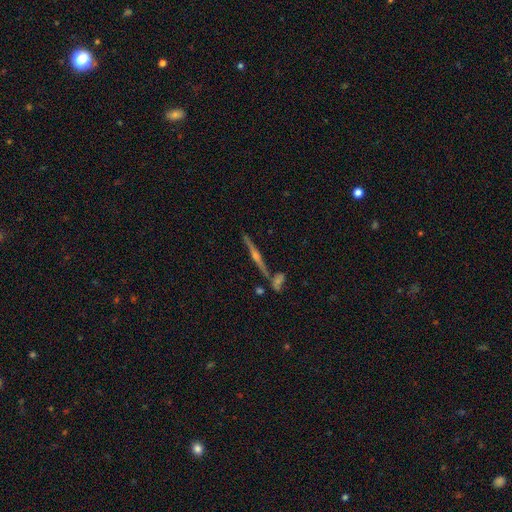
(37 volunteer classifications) This appears to be a featured or disk galaxy (92%) viewed edge-on (100%) with a rounded central bulge (85%). Merging: none (81%).